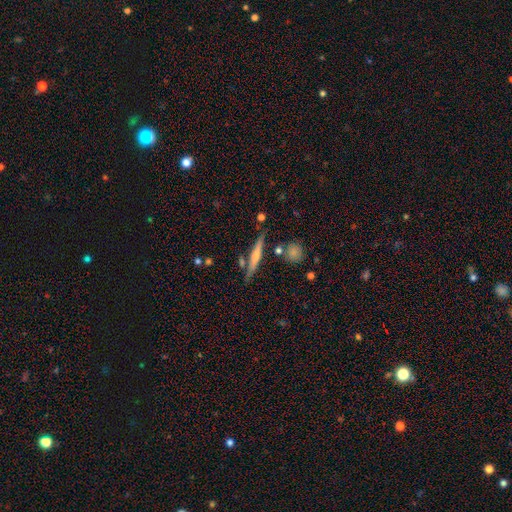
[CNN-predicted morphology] smooth-or-featured: featured or disk: 47% | smooth: 46% | star or artifact: 7%
  merging: none: 79% | minor disturbance: 12% | merger: 7% | major disturbance: 3%